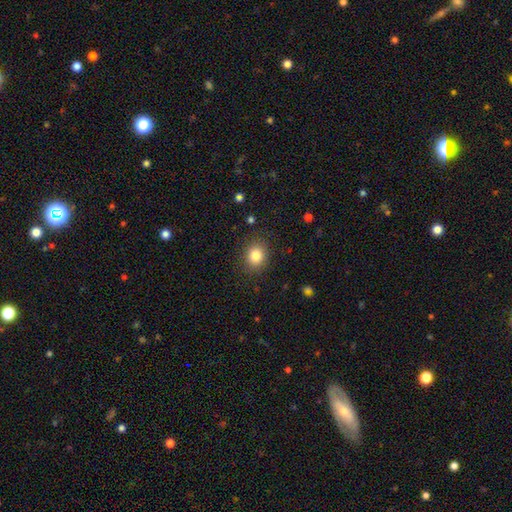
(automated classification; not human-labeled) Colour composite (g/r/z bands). It shows a smooth galaxy with no disk features (82%) that is round (66%). Merging: none (87%).